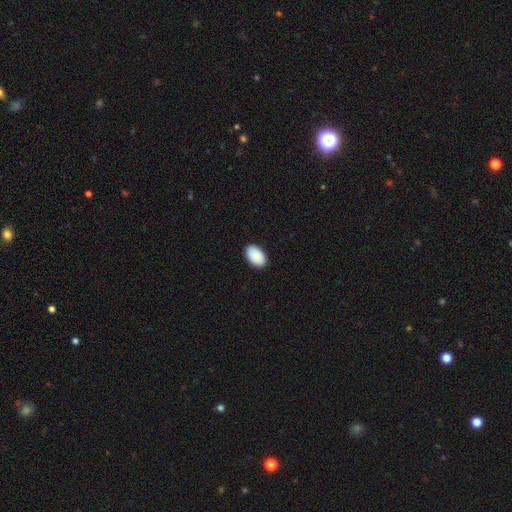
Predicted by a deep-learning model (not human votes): Q: Smooth or featured?
A: smooth (92%); runner-up: star or artifact (6%)
Q: How rounded?
A: in between (94%); runner-up: round (5%)
Q: Merging?
A: none (90%); runner-up: minor disturbance (8%)